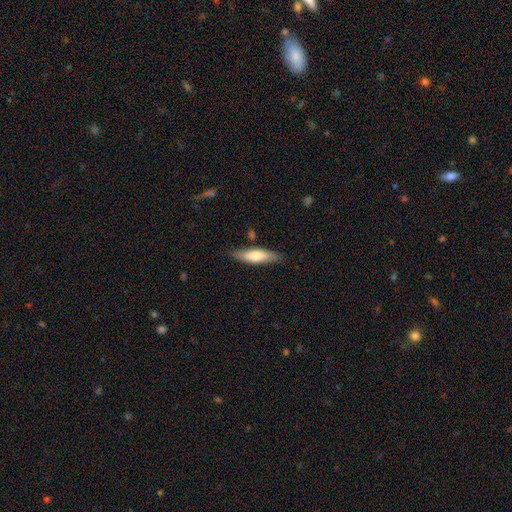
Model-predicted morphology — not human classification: The model was most divided on "how rounded": cigar-shaped: 61%, in between: 37%, round: 2%. More confident: merging — none (79%); smooth or featured — smooth (67%).